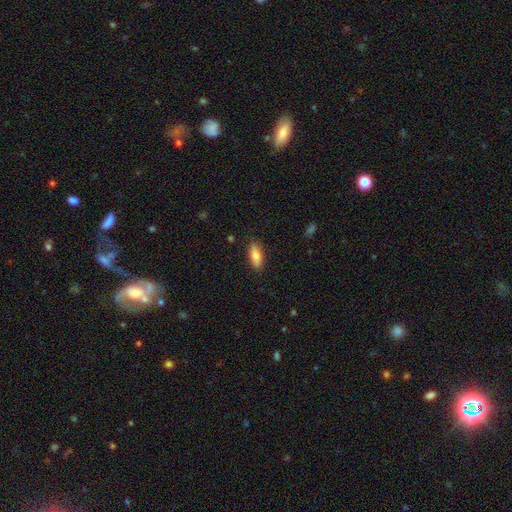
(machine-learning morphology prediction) Smooth or featured? Predicted: smooth (p=0.82). How rounded? Predicted: in between (p=0.70). Merging? Predicted: none (p=0.85).